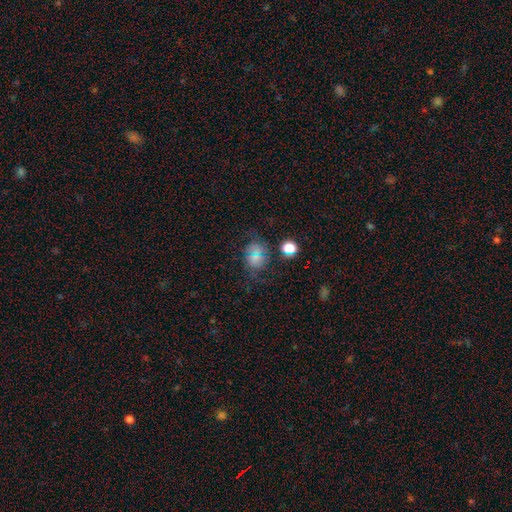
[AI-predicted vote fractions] Q: Smooth or featured?
A: smooth (62%); runner-up: star or artifact (23%)
Q: How rounded?
A: round (69%); runner-up: in between (30%)
Q: Merging?
A: none (67%); runner-up: minor disturbance (18%)